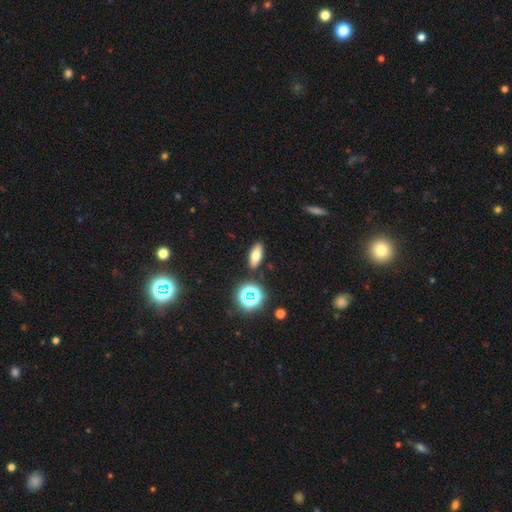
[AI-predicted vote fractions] A smooth galaxy with no disk features (66%) that is in between round and cigar-shaped (72%). Merging: none (87%).